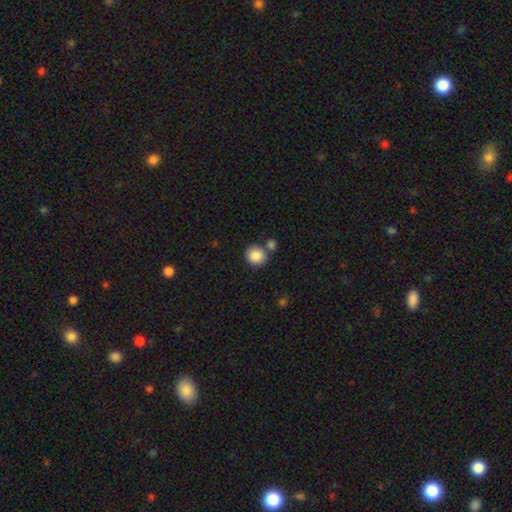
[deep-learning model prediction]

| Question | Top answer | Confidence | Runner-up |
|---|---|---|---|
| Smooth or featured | smooth | 87% | star or artifact (8%) |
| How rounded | round | 88% | in between (11%) |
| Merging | none | 68% | merger (19%) |